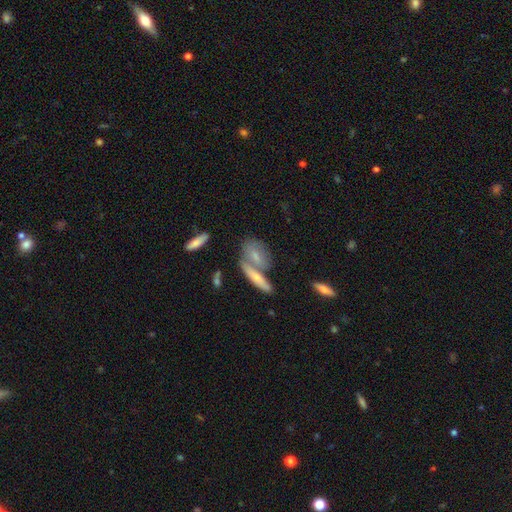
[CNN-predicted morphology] smooth 60%, featured or disk 32%, star or artifact 8%. Down the decision tree: how rounded — in between (57%); merging — merger (42%).